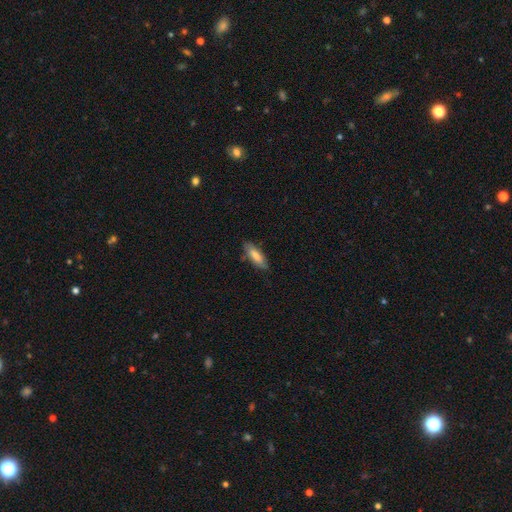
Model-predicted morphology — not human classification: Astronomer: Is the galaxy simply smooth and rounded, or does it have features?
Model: smooth — 74%.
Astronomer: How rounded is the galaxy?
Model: in between — 59% (runner-up: cigar-shaped, 40%).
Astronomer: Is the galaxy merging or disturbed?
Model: none — 78%.